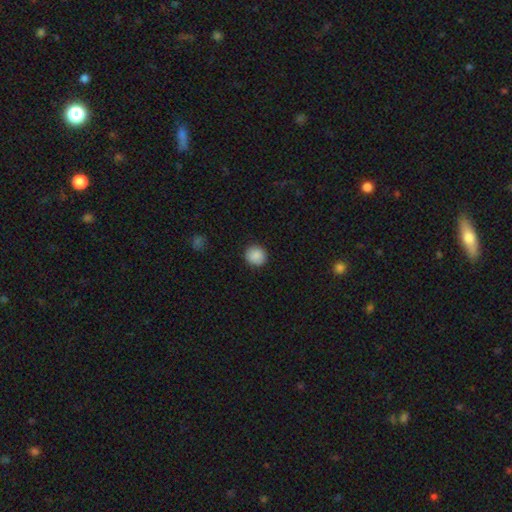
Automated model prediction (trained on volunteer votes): A smooth galaxy with no disk features (89%) that is round (92%).

Vote fractions:
- Smooth or featured? smooth: 89% / star or artifact: 8% / featured or disk: 3%
- How rounded? round: 92% / in between: 7% / cigar-shaped: 1%
- Merging? none: 92% / minor disturbance: 6% / major disturbance: 2% / merger: 1%